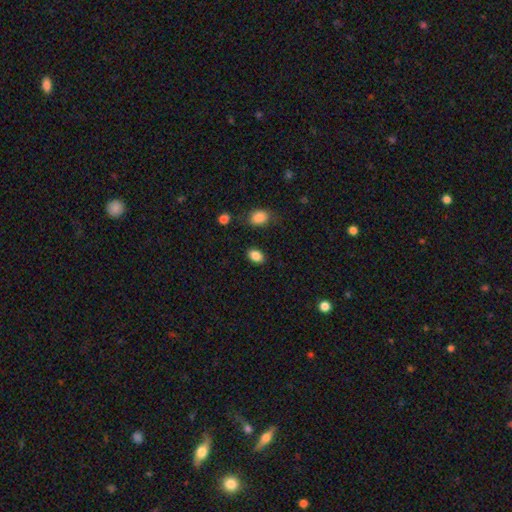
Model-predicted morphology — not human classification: The model was most divided on "how rounded": in between: 84%, round: 15%, cigar-shaped: 1%. More confident: smooth or featured — smooth (87%); merging — none (86%).